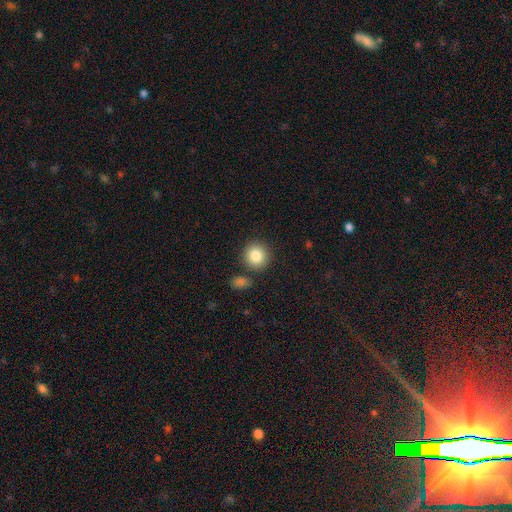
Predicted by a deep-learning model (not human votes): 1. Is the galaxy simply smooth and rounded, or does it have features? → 86% smooth, 8% star or artifact, 6% featured or disk.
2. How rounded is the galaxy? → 90% round, 9% in between, 1% cigar-shaped.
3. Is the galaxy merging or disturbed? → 82% none, 8% minor disturbance, 7% merger, 3% major disturbance.